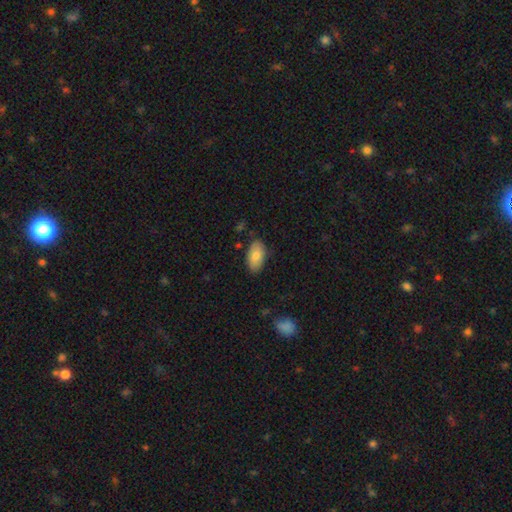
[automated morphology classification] Smooth or featured? Predicted: smooth (p=0.82). How rounded? Predicted: in between (p=0.94). Merging? Predicted: none (p=0.82).